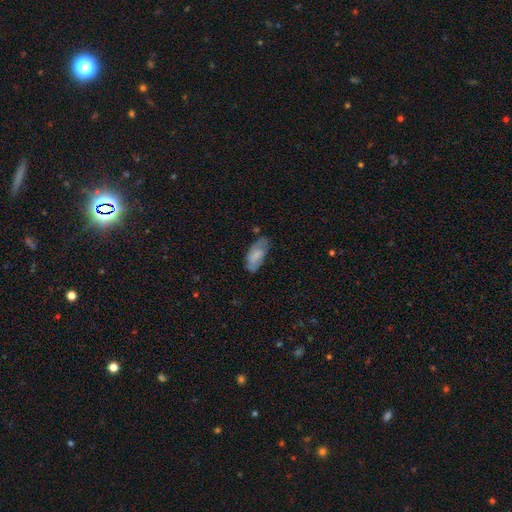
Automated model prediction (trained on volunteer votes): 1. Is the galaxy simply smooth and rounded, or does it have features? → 68% smooth, 25% featured or disk, 7% star or artifact.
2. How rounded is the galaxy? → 88% in between, 10% cigar-shaped, 2% round.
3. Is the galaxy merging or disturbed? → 58% none, 30% minor disturbance, 9% major disturbance, 3% merger.